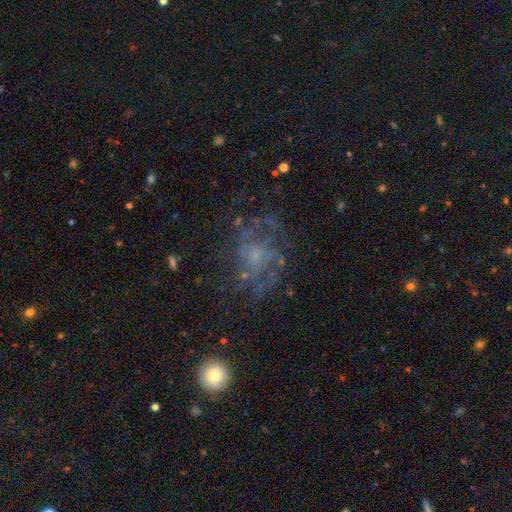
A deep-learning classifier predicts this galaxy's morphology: The model was most divided on "bulge size": small: 42%, none: 28%, moderate: 25%, large: 4%, dominant: 1%. More confident: edge-on disk — no (97%); bar — no (76%); spiral arms — yes (65%); smooth or featured — featured or disk (65%); merging — none (58%).